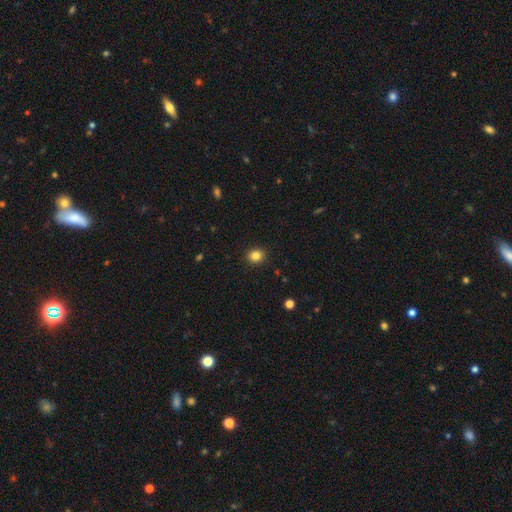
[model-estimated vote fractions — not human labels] Q: Smooth or featured?
A: smooth (84%); runner-up: star or artifact (11%)
Q: How rounded?
A: round (76%); runner-up: in between (24%)
Q: Merging?
A: none (91%); runner-up: minor disturbance (6%)